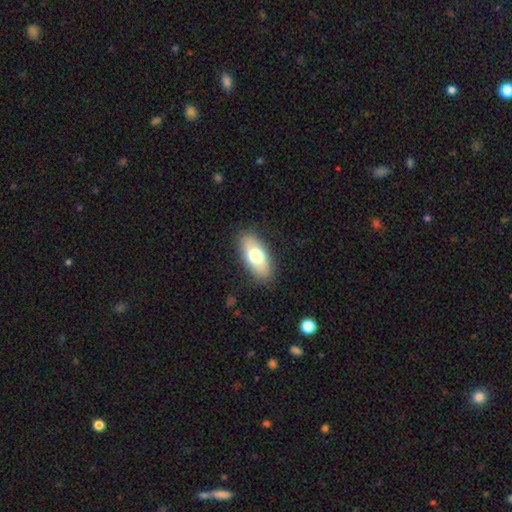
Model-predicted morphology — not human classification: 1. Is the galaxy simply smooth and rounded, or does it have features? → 70% smooth, 23% featured or disk, 6% star or artifact.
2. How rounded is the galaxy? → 87% in between, 9% cigar-shaped, 4% round.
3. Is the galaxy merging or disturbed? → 86% none, 10% minor disturbance, 3% major disturbance, 1% merger.